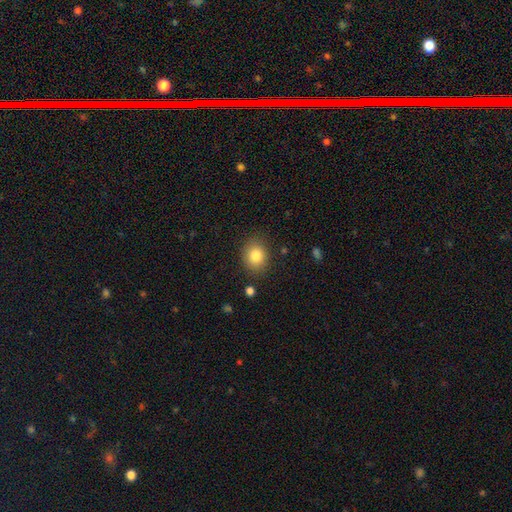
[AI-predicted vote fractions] Smooth or featured? Predicted: smooth (p=0.82). How rounded? Predicted: round (p=0.60). Merging? Predicted: none (p=0.84).